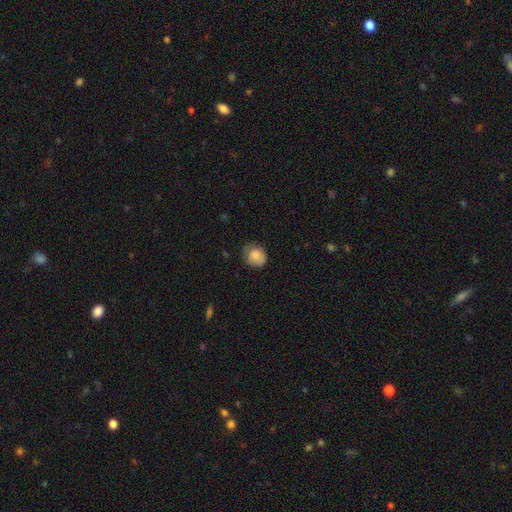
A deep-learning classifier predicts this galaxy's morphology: smooth-or-featured: smooth: 83% | featured or disk: 10% | star or artifact: 8%
  how-rounded: round: 76% | in between: 23% | cigar-shaped: 1%
  merging: none: 65% | minor disturbance: 27% | major disturbance: 7% | merger: 1%